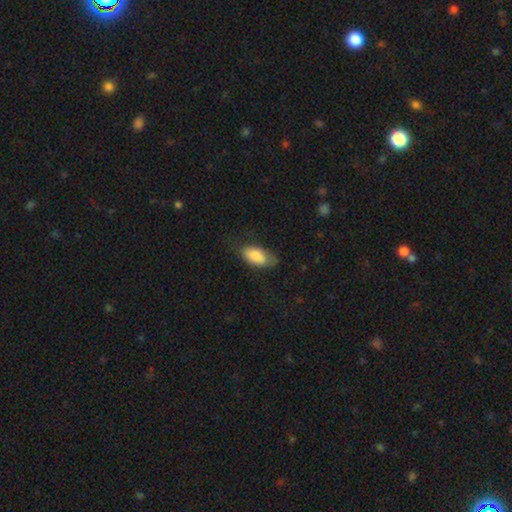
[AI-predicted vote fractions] smooth-or-featured: smooth: 82% | featured or disk: 12% | star or artifact: 7%
  how-rounded: in between: 91% | cigar-shaped: 6% | round: 3%
  merging: none: 61% | minor disturbance: 28% | major disturbance: 10% | merger: 1%